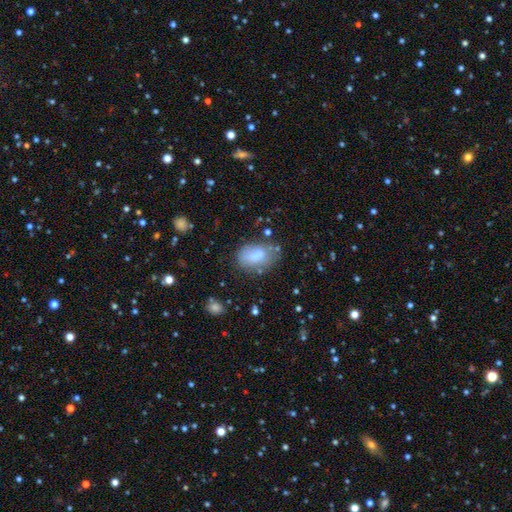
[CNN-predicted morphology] smooth_or_featured: smooth (p=0.76) [alt: featured or disk p=0.16]
how_rounded: in between (p=0.87) [alt: round p=0.11]
merging: none (p=0.59) [alt: minor disturbance p=0.24]